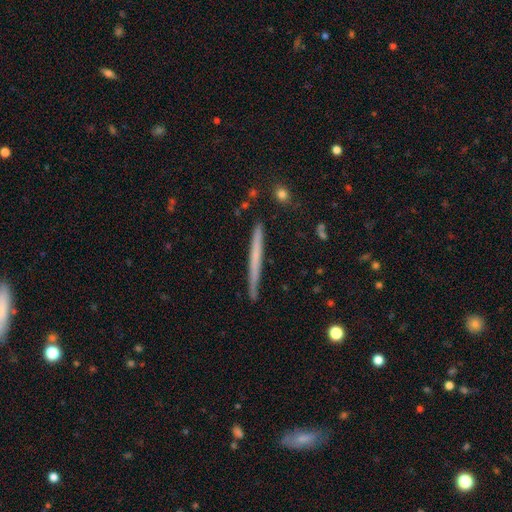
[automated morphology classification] Smooth or featured? Predicted: smooth (p=0.48). Merging? Predicted: none (p=0.89).